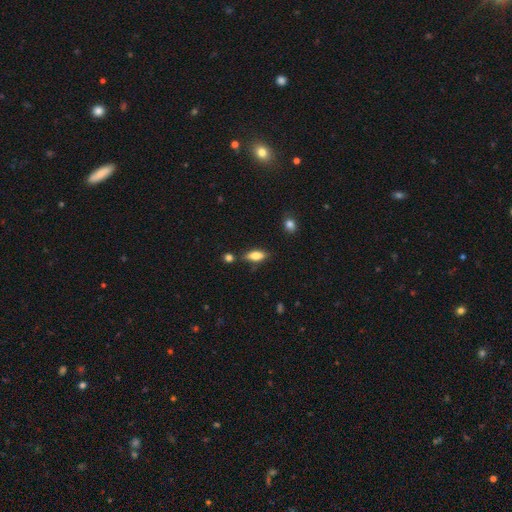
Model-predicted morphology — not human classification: A smooth galaxy with no disk features (71%) that is in between round and cigar-shaped (72%). Merging: none (76%).